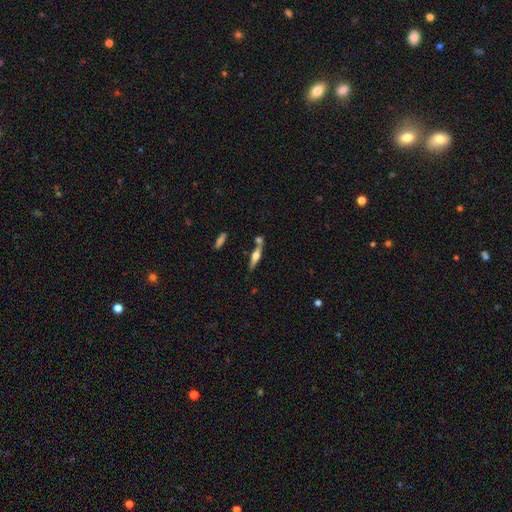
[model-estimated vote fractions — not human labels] This appears to be a featured or disk galaxy (65%) viewed edge-on (96%) with a rounded central bulge (90%). Merging: none (67%).